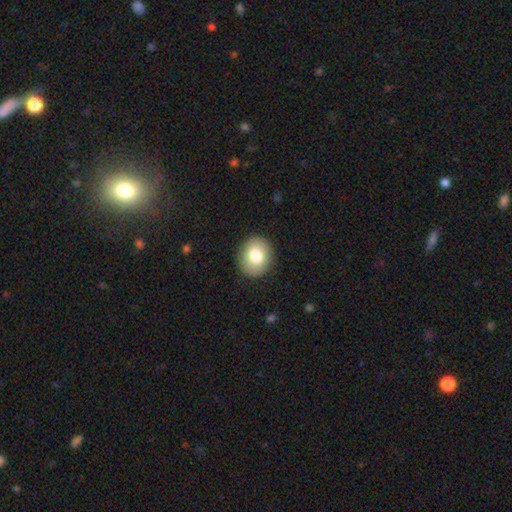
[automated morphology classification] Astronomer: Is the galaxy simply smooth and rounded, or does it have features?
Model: smooth — 79%.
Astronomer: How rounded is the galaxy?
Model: round — 59% (runner-up: in between, 40%).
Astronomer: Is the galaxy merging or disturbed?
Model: none — 89%.